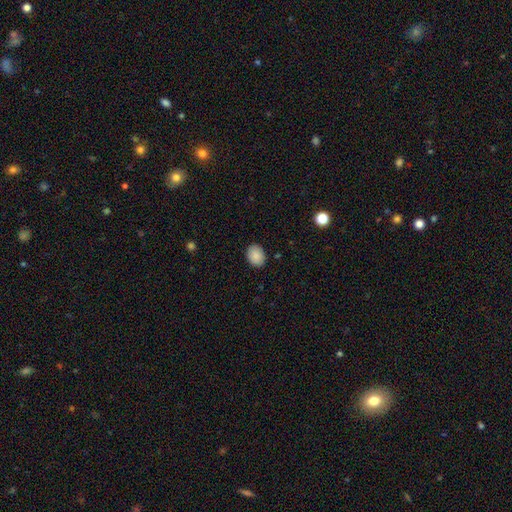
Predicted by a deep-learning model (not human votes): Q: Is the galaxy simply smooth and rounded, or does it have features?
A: smooth — 88%.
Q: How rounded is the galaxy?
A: in between — 62%.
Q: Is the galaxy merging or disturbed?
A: none — 88%.